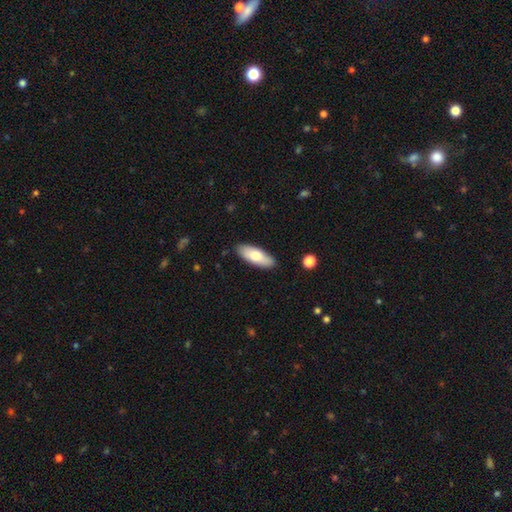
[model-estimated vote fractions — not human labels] Morphology: type=smooth (72%); roundness=in between (69%); merging=none (87%).